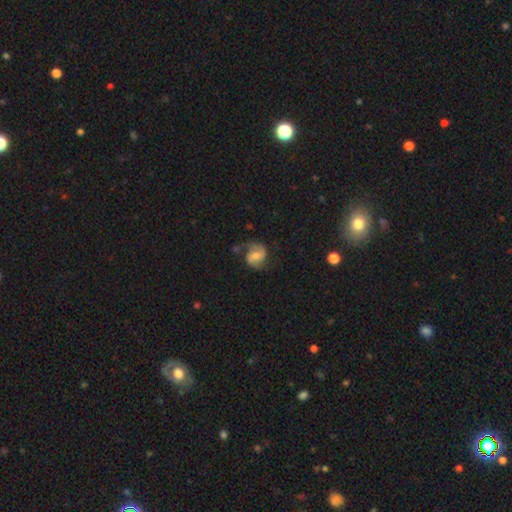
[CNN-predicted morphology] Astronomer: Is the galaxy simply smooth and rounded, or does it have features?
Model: featured or disk — 69%.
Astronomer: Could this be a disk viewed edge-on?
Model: no — 98%.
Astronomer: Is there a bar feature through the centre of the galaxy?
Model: weak — 46% (runner-up: no, 38%).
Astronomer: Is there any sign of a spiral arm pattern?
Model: yes — 92%.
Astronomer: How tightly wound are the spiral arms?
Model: medium — 48% (runner-up: loose, 31%).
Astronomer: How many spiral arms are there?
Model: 2 — 81%.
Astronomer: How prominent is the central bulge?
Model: moderate — 53% (runner-up: small, 34%).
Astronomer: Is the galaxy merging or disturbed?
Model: none — 58%.